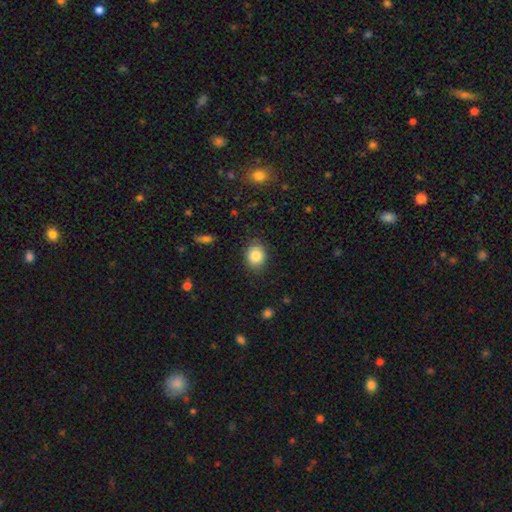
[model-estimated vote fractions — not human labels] Smooth or featured?
  - smooth: 84% *
  - star or artifact: 9%
  - featured or disk: 7%
How rounded?
  - round: 55% *
  - in between: 44%
  - cigar-shaped: 1%
Merging?
  - none: 86% *
  - minor disturbance: 11%
  - major disturbance: 3%
  - merger: 1%